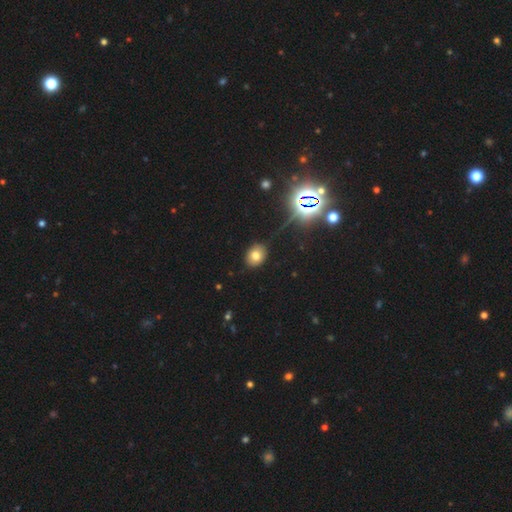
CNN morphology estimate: smooth_or_featured: smooth (p=0.73) [alt: star or artifact p=0.17]
how_rounded: in between (p=0.57) [alt: round p=0.41]
merging: none (p=0.87) [alt: minor disturbance p=0.09]